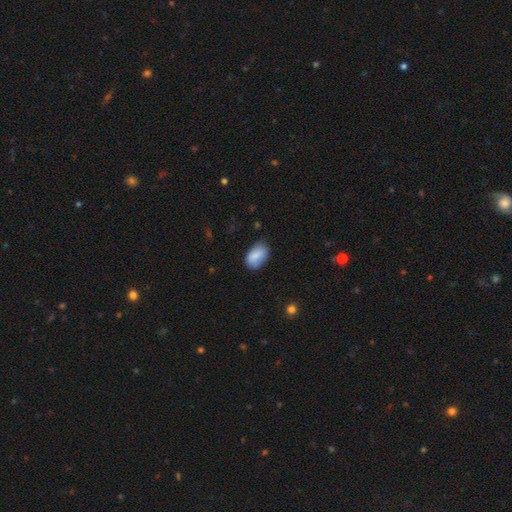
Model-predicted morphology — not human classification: smooth_or_featured: smooth (p=0.85) [alt: featured or disk p=0.08]
how_rounded: in between (p=0.91) [alt: round p=0.08]
merging: none (p=0.72) [alt: minor disturbance p=0.22]